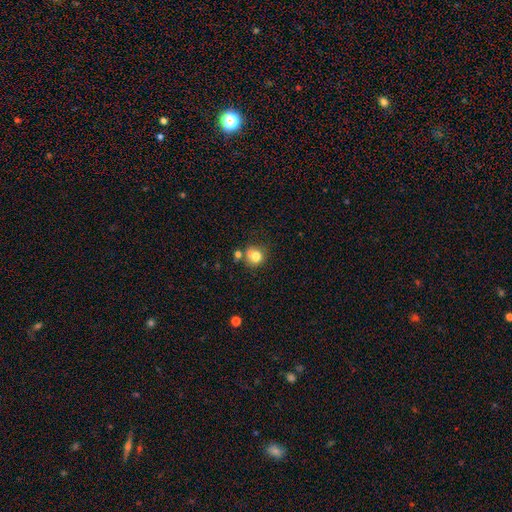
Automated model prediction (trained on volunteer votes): smooth 75%, featured or disk 13%, star or artifact 12%. Down the decision tree: how rounded — round (76%); merging — none (49%).